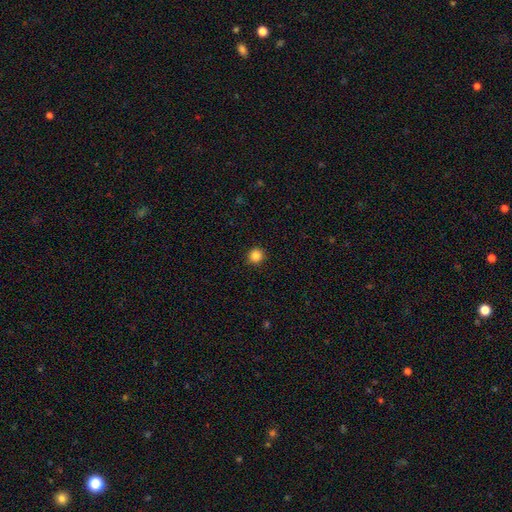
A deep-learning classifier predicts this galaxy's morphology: smooth-or-featured: smooth: 85% | star or artifact: 11% | featured or disk: 3%
  how-rounded: round: 94% | in between: 5% | cigar-shaped: 1%
  merging: none: 93% | minor disturbance: 5% | major disturbance: 2% | merger: 1%